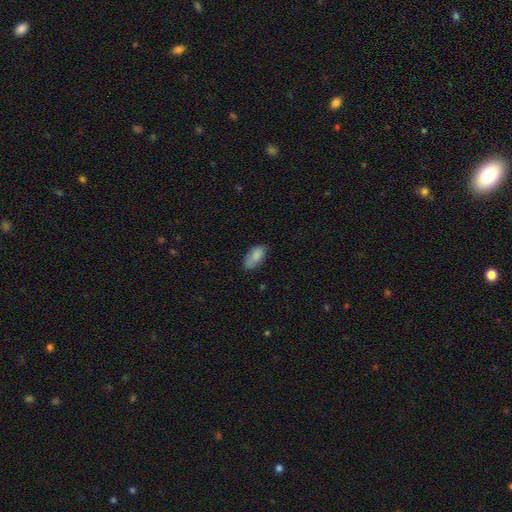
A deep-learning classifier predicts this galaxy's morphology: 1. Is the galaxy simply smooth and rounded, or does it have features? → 82% smooth, 11% featured or disk, 8% star or artifact.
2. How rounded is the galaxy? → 92% in between, 5% cigar-shaped, 3% round.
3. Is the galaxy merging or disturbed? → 62% none, 28% minor disturbance, 8% major disturbance, 2% merger.